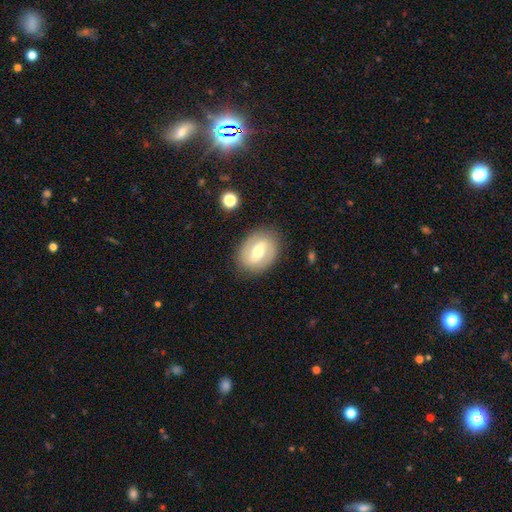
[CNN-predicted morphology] Overall: featured or disk (63%; smooth 30%). Edge-on disk: no (94%). Bar: weak (41%, tied with strong). Spiral arms: yes (66%; no 34%). Bulge size: moderate (70%). Merging: none (85%).